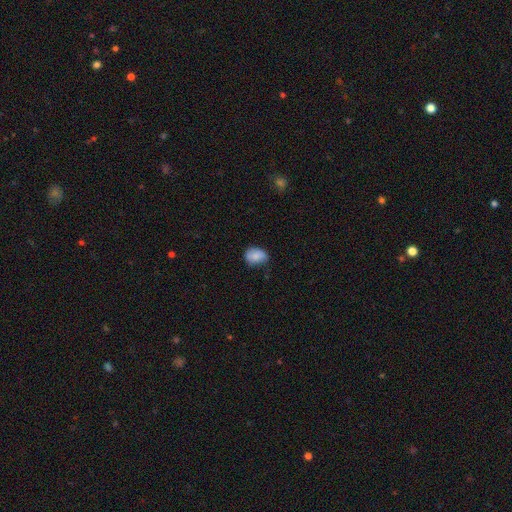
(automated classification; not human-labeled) This appears to be a smooth galaxy with no disk features (80%) that is in between round and cigar-shaped (67%). Merging: none (60%).